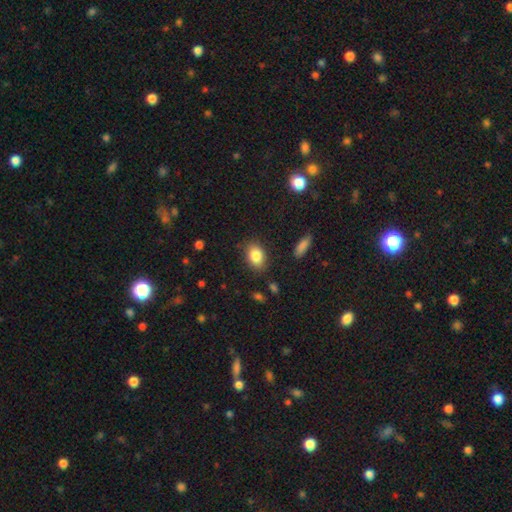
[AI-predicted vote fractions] Smooth or featured? Predicted: smooth (p=0.85). How rounded? Predicted: in between (p=0.79). Merging? Predicted: none (p=0.84).